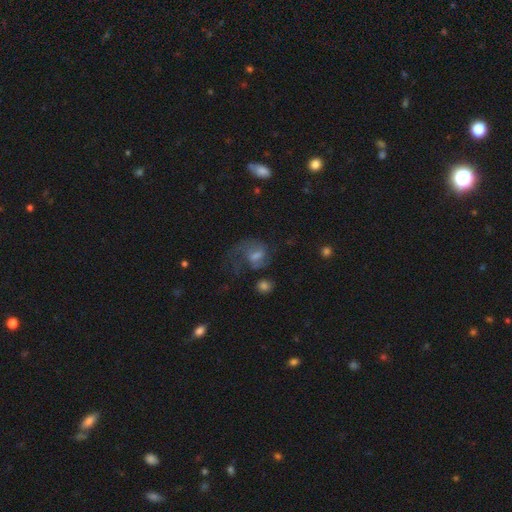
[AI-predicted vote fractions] Smooth or featured: featured or disk — 59% (smooth — 26%)
Edge-on disk: no — 97% (yes — 3%)
Bar: weak — 45% (tied with no — 45%)
Spiral arms: yes — 80% (no — 20%)
Bulge size: moderate — 43% (small — 34%)
Merging: none — 41% (major disturbance — 36%)